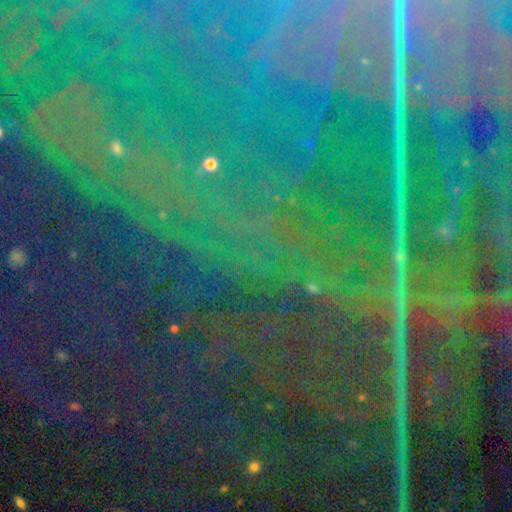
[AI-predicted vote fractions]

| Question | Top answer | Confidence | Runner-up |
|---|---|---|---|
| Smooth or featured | star or artifact | 87% | featured or disk (7%) |